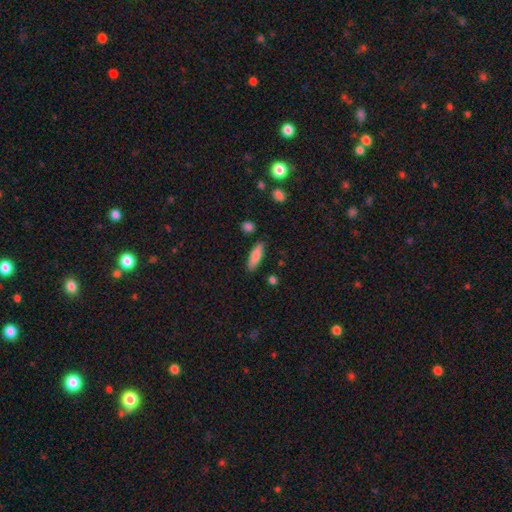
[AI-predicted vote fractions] This appears to be a smooth galaxy with no disk features (83%) that is cigar-shaped (55%). Merging: none (85%).